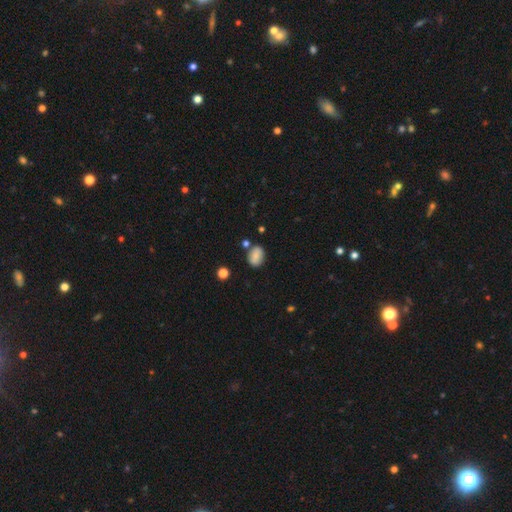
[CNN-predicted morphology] Smooth or featured? smooth (82%)
How rounded? in between (79%)
Merging? none (73%)